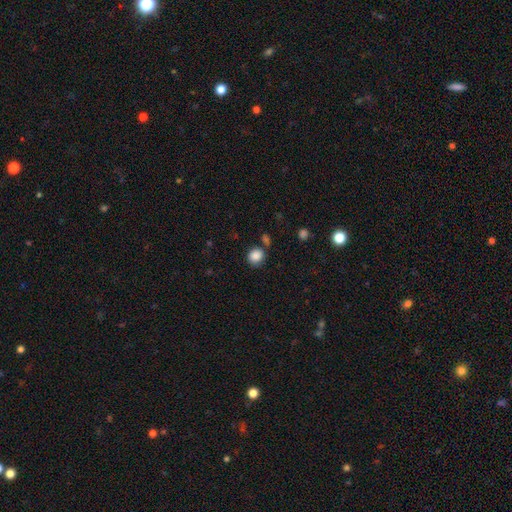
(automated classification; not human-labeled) Smooth or featured? Predicted: smooth (p=0.86). How rounded? Predicted: round (p=0.79). Merging? Predicted: none (p=0.72).